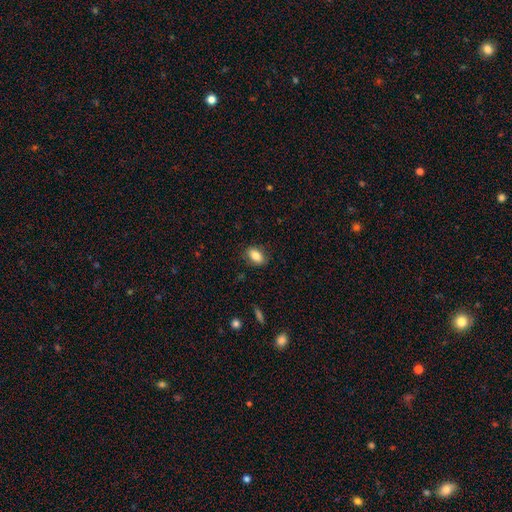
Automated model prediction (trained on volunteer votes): Smooth or featured?
  - smooth: 82% *
  - featured or disk: 10%
  - star or artifact: 8%
How rounded?
  - in between: 86% *
  - round: 12%
  - cigar-shaped: 2%
Merging?
  - none: 84% *
  - minor disturbance: 12%
  - major disturbance: 3%
  - merger: 1%